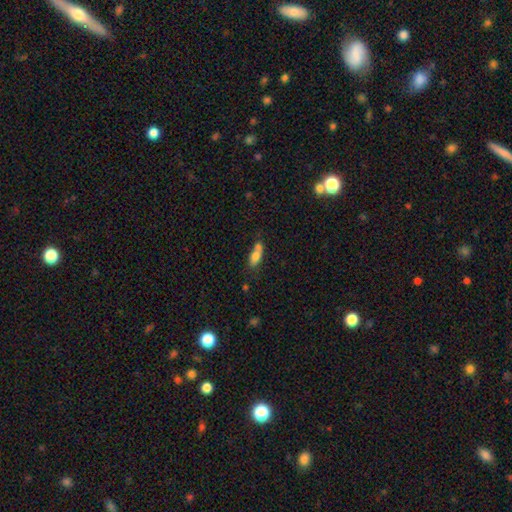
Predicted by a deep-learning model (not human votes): smooth-or-featured: smooth: 74% | featured or disk: 16% | star or artifact: 9%
  how-rounded: in between: 77% | cigar-shaped: 17% | round: 6%
  merging: merger: 41% | none: 35% | minor disturbance: 16% | major disturbance: 7%